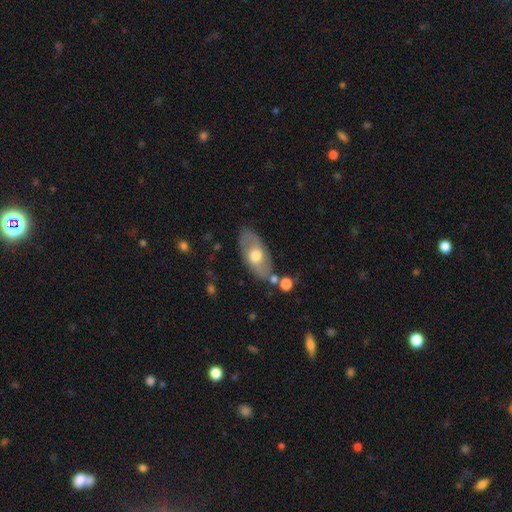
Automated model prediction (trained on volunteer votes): A smooth galaxy with no disk features (55%) that is in between round and cigar-shaped (90%). Merging: none (74%).